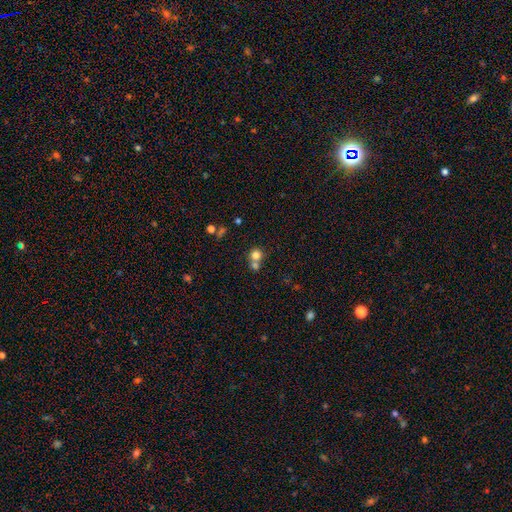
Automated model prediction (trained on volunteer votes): A smooth galaxy with no disk features (77%) that is round (87%).

Vote fractions:
- Smooth or featured? smooth: 77% / star or artifact: 12% / featured or disk: 10%
- How rounded? round: 87% / in between: 12% / cigar-shaped: 1%
- Merging? merger: 46% / none: 44% / minor disturbance: 7% / major disturbance: 3%